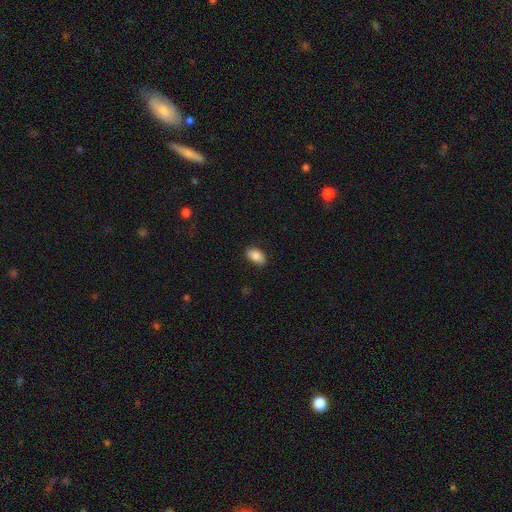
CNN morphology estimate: Smooth or featured?
  - smooth: 85% *
  - featured or disk: 8%
  - star or artifact: 7%
How rounded?
  - in between: 91% *
  - round: 7%
  - cigar-shaped: 2%
Merging?
  - none: 84% *
  - minor disturbance: 12%
  - major disturbance: 2%
  - merger: 1%